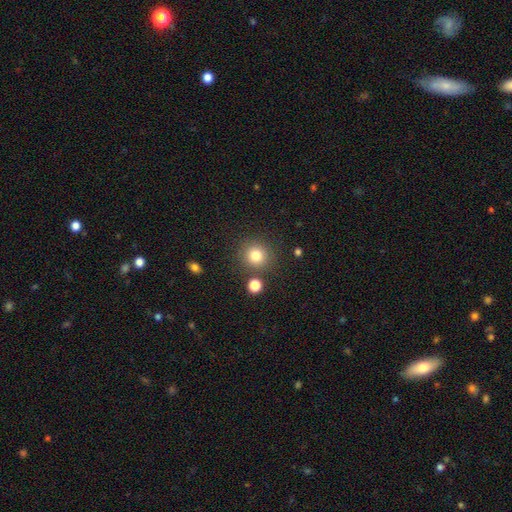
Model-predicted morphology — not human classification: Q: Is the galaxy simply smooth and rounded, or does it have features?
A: smooth — 81%.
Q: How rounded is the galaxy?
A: round — 92%.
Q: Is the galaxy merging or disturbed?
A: none — 84%.